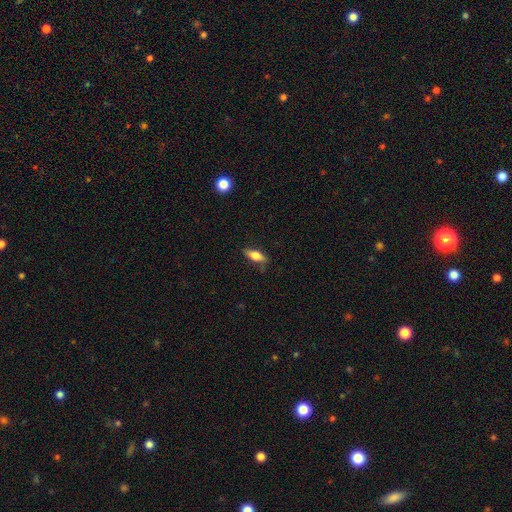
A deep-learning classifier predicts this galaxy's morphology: smooth_or_featured: smooth (p=0.67) [alt: featured or disk p=0.26]
how_rounded: in between (p=0.66) [alt: cigar-shaped p=0.31]
merging: none (p=0.79) [alt: minor disturbance p=0.16]